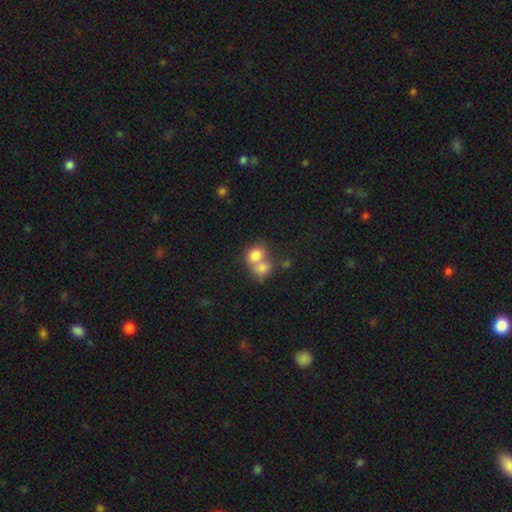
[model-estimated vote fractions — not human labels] A smooth galaxy with no disk features (77%) that is in between round and cigar-shaped (51%). Merging: merger (68%).